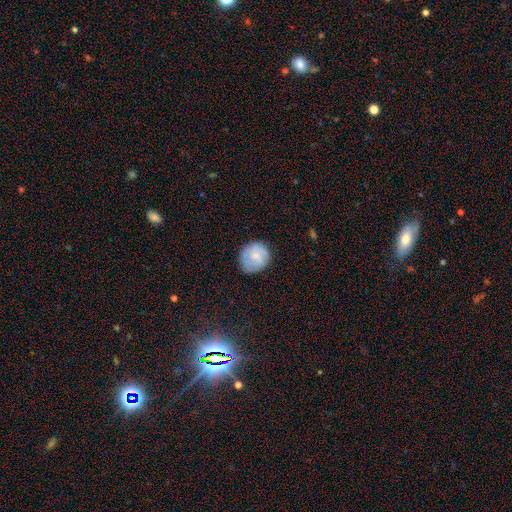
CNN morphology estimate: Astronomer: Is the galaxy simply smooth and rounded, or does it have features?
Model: smooth — 63%.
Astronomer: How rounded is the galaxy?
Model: round — 86%.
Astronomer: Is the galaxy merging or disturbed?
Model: none — 80%.